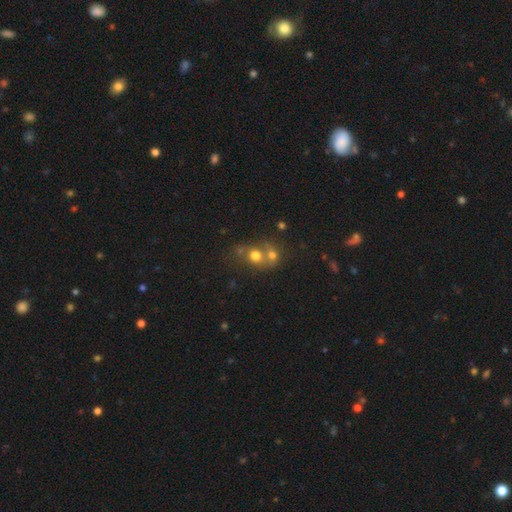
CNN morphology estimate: type=smooth (69%); roundness=round (74%); merging=merger (53%).